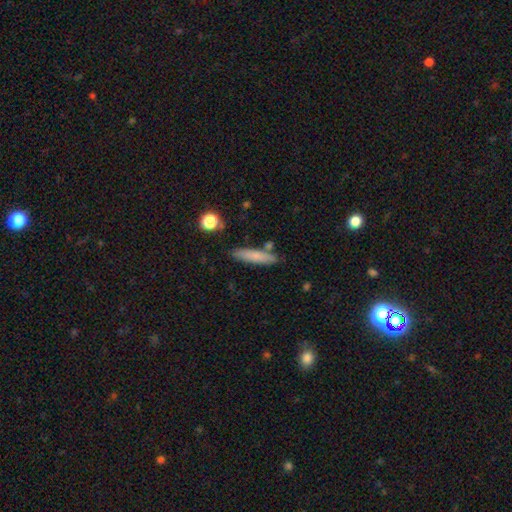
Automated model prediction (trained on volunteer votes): Overall: smooth (75%). How rounded: cigar-shaped (84%). Merging: none (80%).